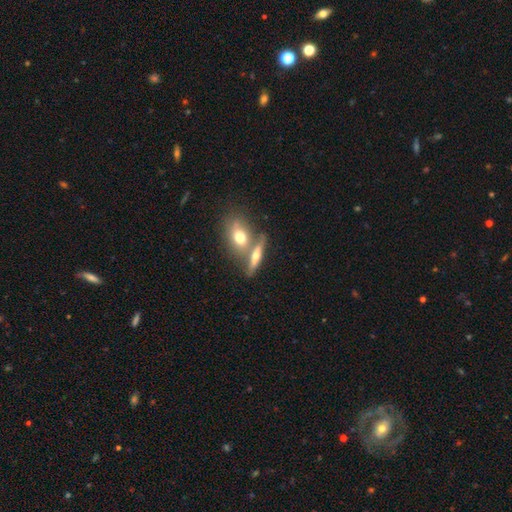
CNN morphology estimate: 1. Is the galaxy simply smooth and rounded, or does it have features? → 46% smooth (tied), 46% featured or disk (tied), 8% star or artifact.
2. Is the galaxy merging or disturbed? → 50% none, 36% merger, 10% minor disturbance, 4% major disturbance.